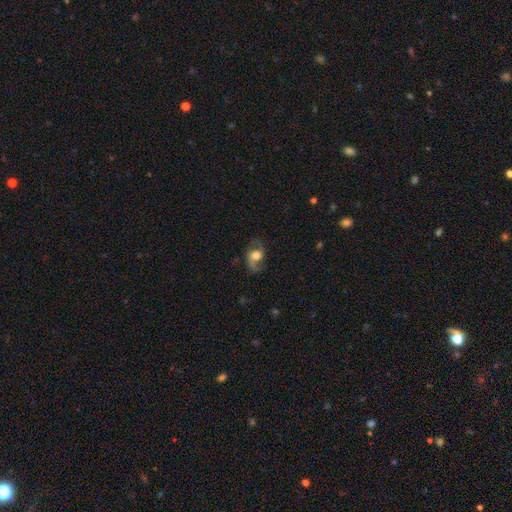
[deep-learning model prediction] The model was most divided on "spiral winding": loose: 55%, medium: 36%, tight: 9%. More confident: edge-on disk — no (95%); spiral arm count — 2 (89%); spiral arms — yes (87%); merging — none (72%); smooth or featured — featured or disk (64%); bar — no (62%); bulge size — moderate (55%).